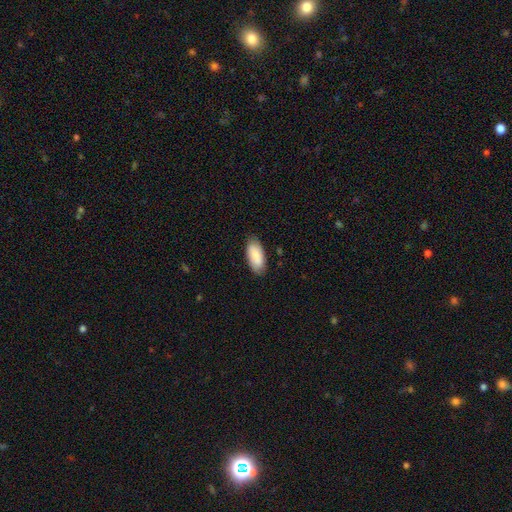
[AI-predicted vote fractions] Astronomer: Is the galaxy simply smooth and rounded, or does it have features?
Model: smooth — 87%.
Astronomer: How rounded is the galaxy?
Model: in between — 90%.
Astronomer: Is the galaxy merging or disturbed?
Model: none — 83%.